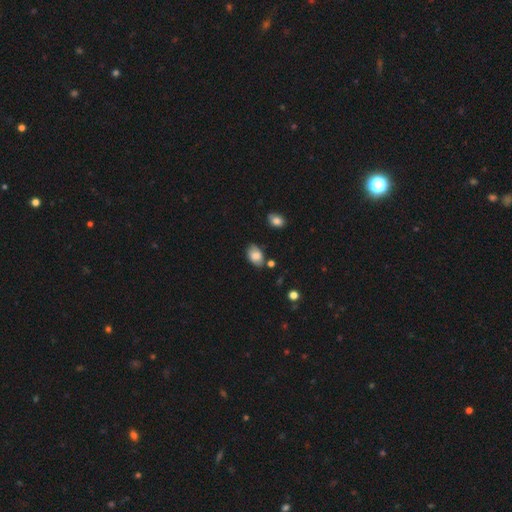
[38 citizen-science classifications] This is likely a smooth galaxy (74%). How rounded: clearly in between (96%). Merging: likely none (74%).